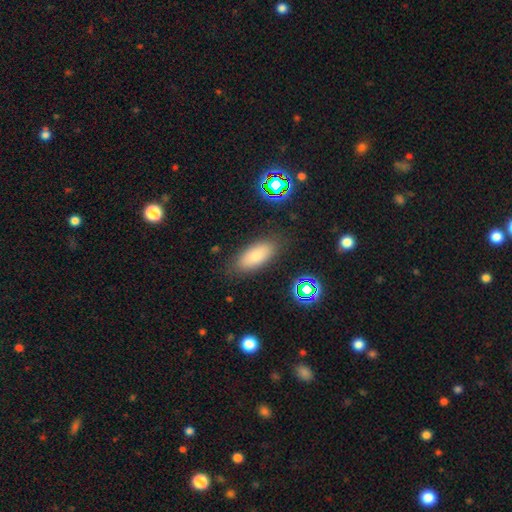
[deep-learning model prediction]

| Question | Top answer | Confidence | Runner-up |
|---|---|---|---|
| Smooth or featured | smooth | 79% | featured or disk (10%) |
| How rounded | in between | 87% | cigar-shaped (10%) |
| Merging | none | 83% | minor disturbance (12%) |